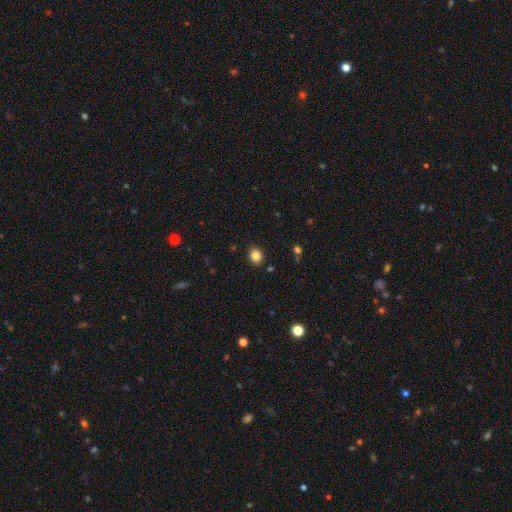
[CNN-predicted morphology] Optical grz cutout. It shows a smooth galaxy with no disk features (85%) that is round (60%). Merging: none (88%).